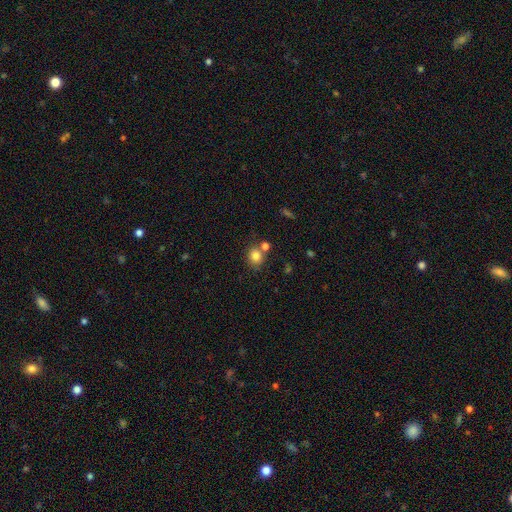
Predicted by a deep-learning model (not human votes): The model was most divided on "merging": none: 67%, merger: 19%, minor disturbance: 11%, major disturbance: 4%. More confident: smooth or featured — smooth (81%); how rounded — round (77%).